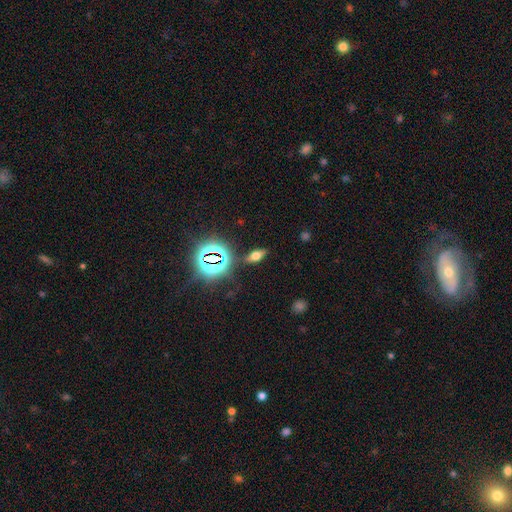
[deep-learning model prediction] A smooth galaxy with no disk features (45%).

Vote fractions:
- Smooth or featured? smooth: 45% / star or artifact: 28% / featured or disk: 28%
- Merging? none: 83% / minor disturbance: 10% / major disturbance: 3% / merger: 3%